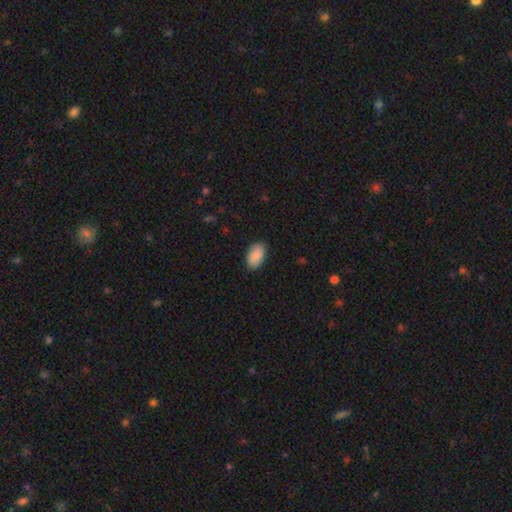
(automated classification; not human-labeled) Smooth or featured: smooth — 89% (star or artifact — 6%)
How rounded: in between — 94% (round — 5%)
Merging: none — 85% (minor disturbance — 11%)